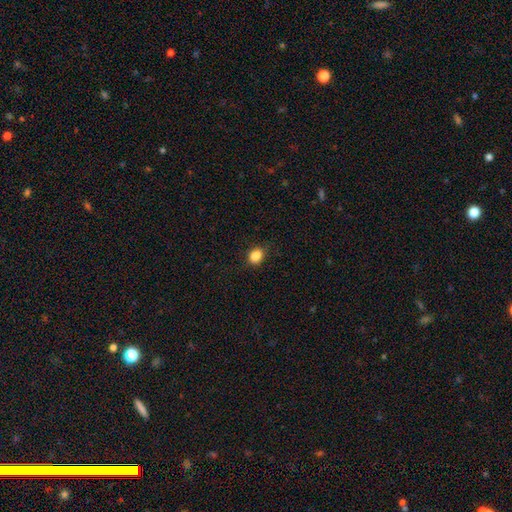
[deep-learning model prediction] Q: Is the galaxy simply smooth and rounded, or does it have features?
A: smooth — 86%.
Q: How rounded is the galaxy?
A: in between — 53%.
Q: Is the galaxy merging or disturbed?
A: none — 76%.